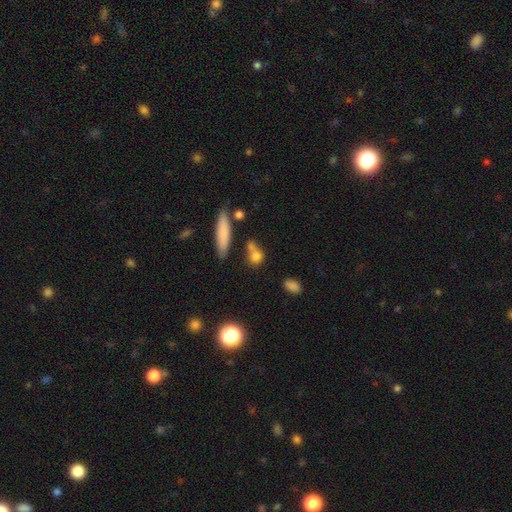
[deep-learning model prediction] A smooth galaxy with no disk features (76%) that is round (53%). Merging: none (50%).